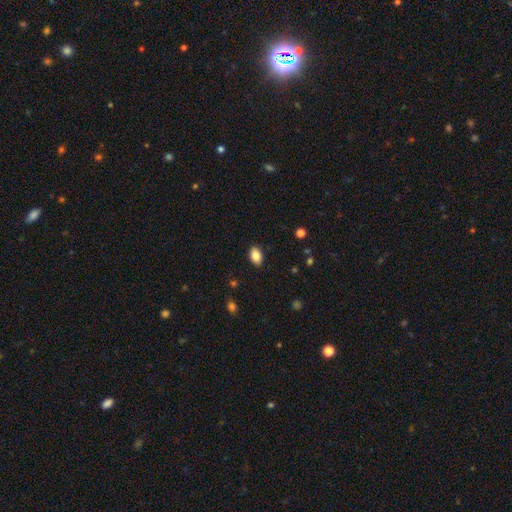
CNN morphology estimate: Q: Smooth or featured?
A: smooth (87%); runner-up: star or artifact (8%)
Q: How rounded?
A: in between (89%); runner-up: round (10%)
Q: Merging?
A: none (88%); runner-up: minor disturbance (9%)